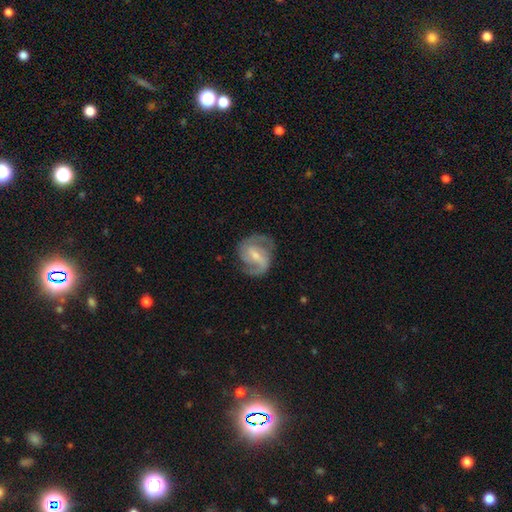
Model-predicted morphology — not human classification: A featured or disk galaxy (83%) with a weak bar (48%), 2 (80%) medium (51%) spiral arms (94%) and a small central bulge (51%).

Vote fractions:
- Smooth or featured? featured or disk: 83% / smooth: 12% / star or artifact: 5%
- Edge-on disk? no: 97% / yes: 3%
- Bar? weak: 48% / strong: 37% / no: 15%
- Spiral arms? yes: 94% / no: 6%
- Spiral winding? medium: 51% / tight: 26% / loose: 23%
- Spiral arm count? 2: 80% / can't tell: 7% / 3: 5% / 1: 5% / 4: 1% / more than 4: 1%
- Bulge size? small: 51% / moderate: 39% / none: 6% / large: 3% / dominant: 1%
- Merging? none: 70% / minor disturbance: 18% / major disturbance: 10% / merger: 1%